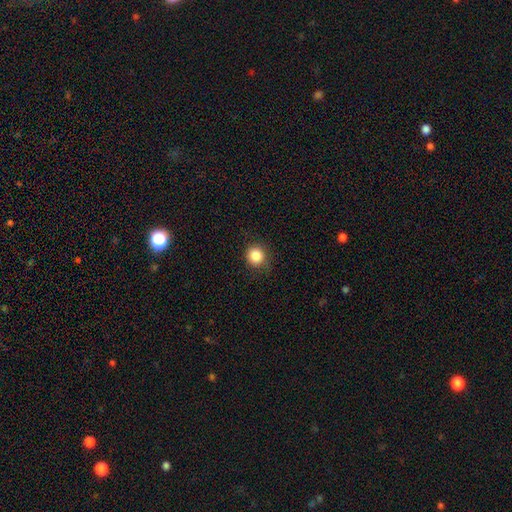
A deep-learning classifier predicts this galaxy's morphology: Smooth or featured: smooth — 86% (star or artifact — 10%)
How rounded: round — 92% (in between — 8%)
Merging: none — 85% (minor disturbance — 11%)